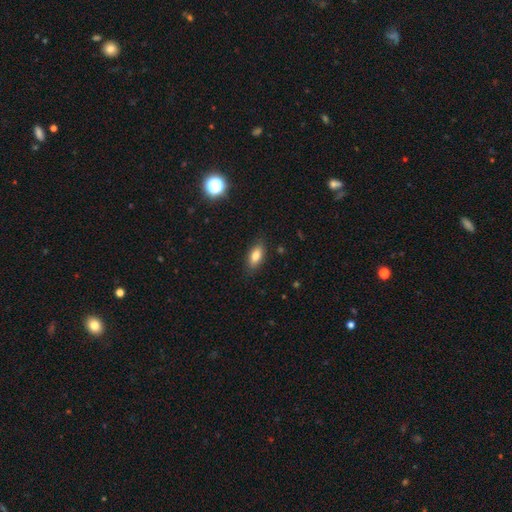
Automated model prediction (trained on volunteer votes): A smooth galaxy with no disk features (81%) that is in between round and cigar-shaped (84%).

Vote fractions:
- Smooth or featured? smooth: 81% / featured or disk: 11% / star or artifact: 8%
- How rounded? in between: 84% / cigar-shaped: 13% / round: 4%
- Merging? none: 85% / minor disturbance: 11% / major disturbance: 3% / merger: 1%